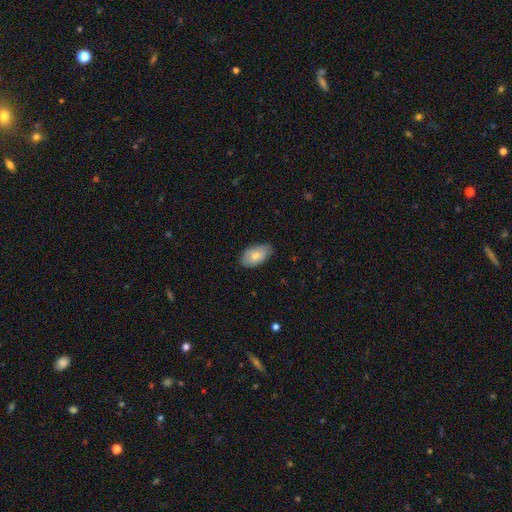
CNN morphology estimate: Q: Smooth or featured?
A: smooth (77%); runner-up: featured or disk (17%)
Q: How rounded?
A: in between (94%); runner-up: round (4%)
Q: Merging?
A: none (81%); runner-up: minor disturbance (16%)